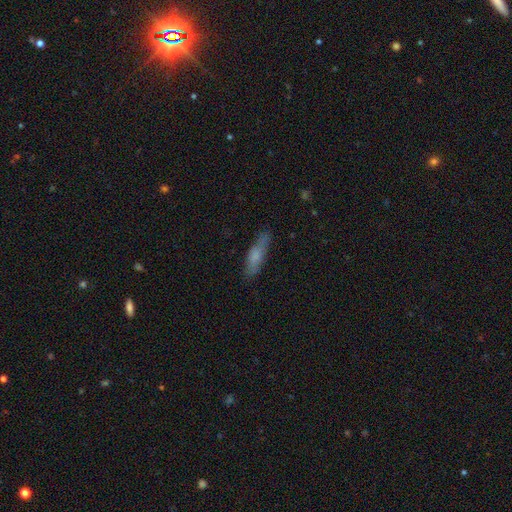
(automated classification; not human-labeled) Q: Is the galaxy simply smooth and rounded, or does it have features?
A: smooth — 63%.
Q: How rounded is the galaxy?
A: cigar-shaped — 72%.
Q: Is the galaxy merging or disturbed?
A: none — 78%.